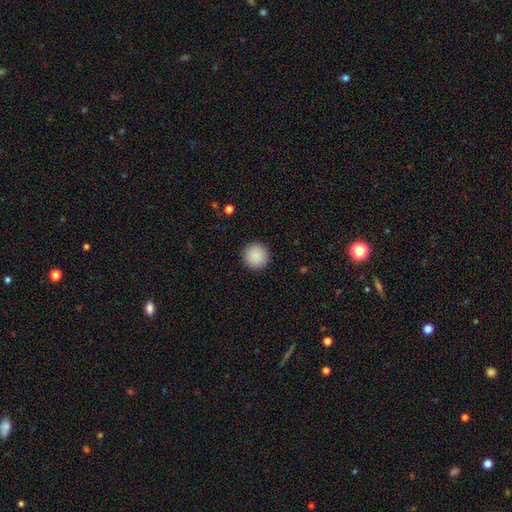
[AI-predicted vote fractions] Overall: smooth (90%). How rounded: round (96%). Merging: none (93%).